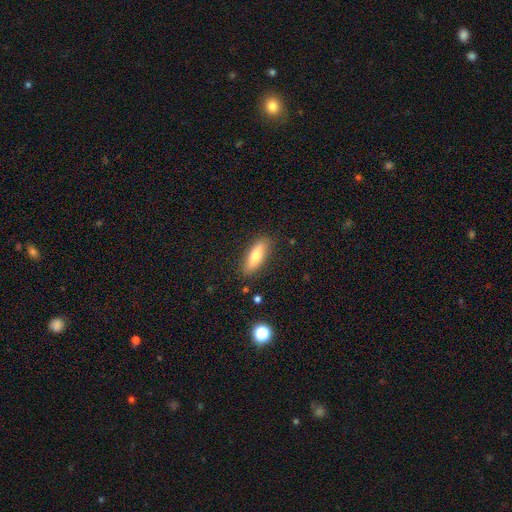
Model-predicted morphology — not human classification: Overall: smooth (68%). How rounded: in between (51%; cigar-shaped 47%). Merging: none (86%).